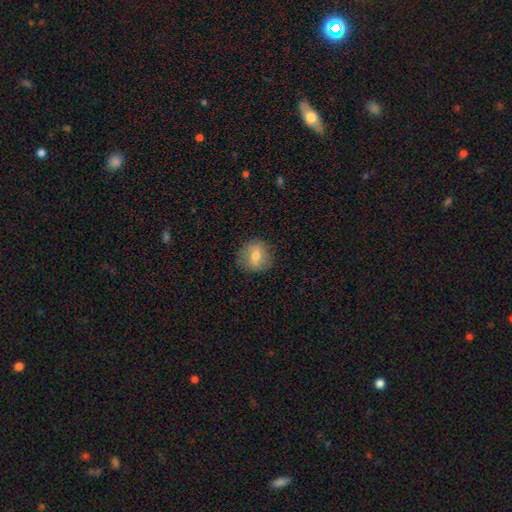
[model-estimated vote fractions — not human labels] smooth 65%, featured or disk 26%, star or artifact 9%. Down the decision tree: how rounded — round (79%); merging — none (84%).